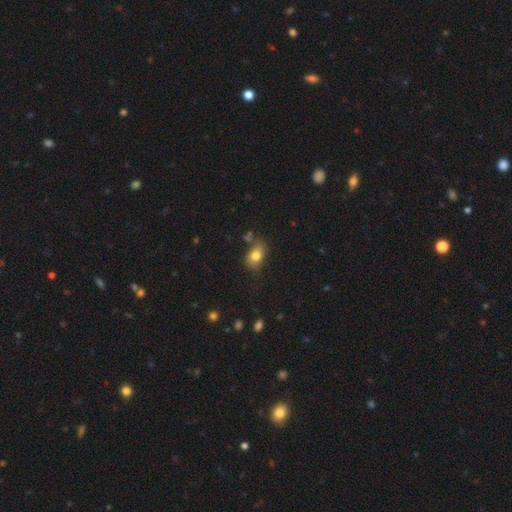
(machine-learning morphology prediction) Q: Smooth or featured?
A: smooth (77%); runner-up: featured or disk (14%)
Q: How rounded?
A: in between (79%); runner-up: round (19%)
Q: Merging?
A: none (64%); runner-up: minor disturbance (23%)